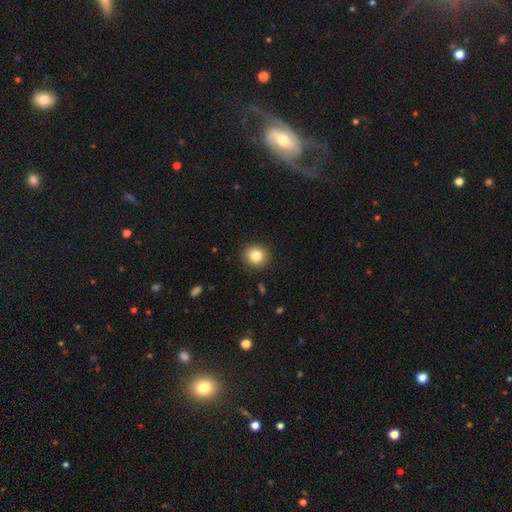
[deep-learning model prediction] Morphology: type=smooth (83%); roundness=round (91%); merging=none (91%).